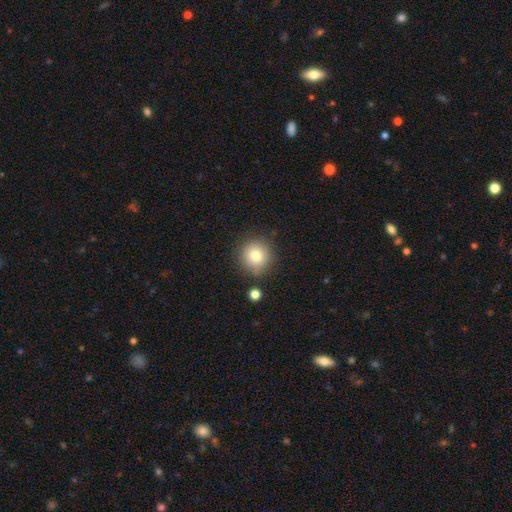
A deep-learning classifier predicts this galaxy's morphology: smooth-or-featured: smooth: 80% | star or artifact: 11% | featured or disk: 10%
  how-rounded: round: 93% | in between: 6% | cigar-shaped: 1%
  merging: none: 83% | minor disturbance: 10% | merger: 4% | major disturbance: 3%